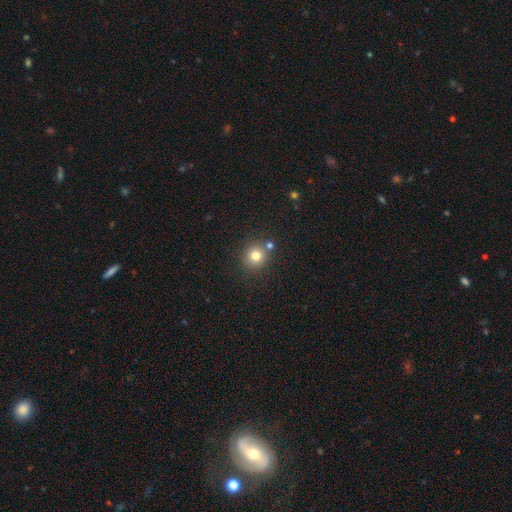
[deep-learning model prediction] Overall: smooth (78%). How rounded: round (90%). Merging: none (78%).